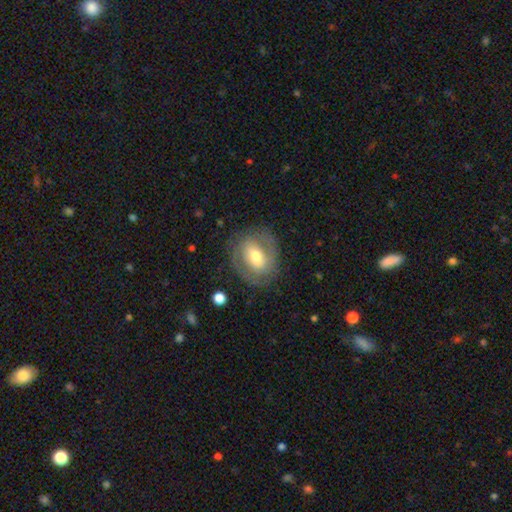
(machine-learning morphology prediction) Overall: featured or disk (60%; smooth 33%). Edge-on disk: no (95%). Bar: weak (39%; no 35%). Spiral arms: yes (61%; no 39%). Bulge size: moderate (65%). Merging: none (76%).